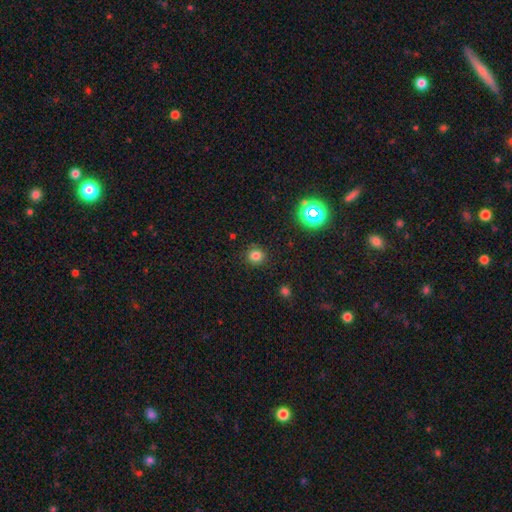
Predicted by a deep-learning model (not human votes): Overall: smooth (78%). How rounded: round (89%). Merging: none (89%).